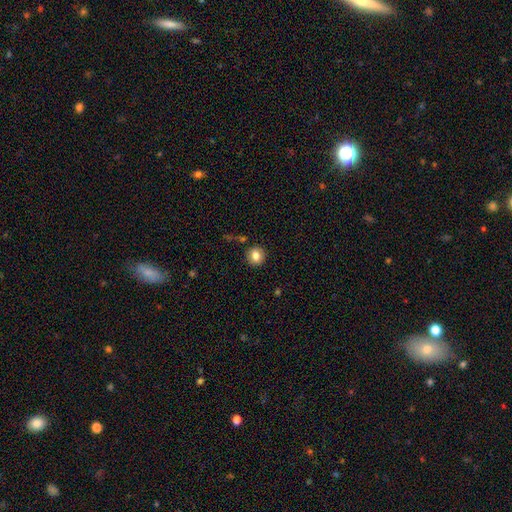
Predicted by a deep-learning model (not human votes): Smooth or featured?
  - smooth: 81% *
  - star or artifact: 10%
  - featured or disk: 9%
How rounded?
  - round: 85% *
  - in between: 14%
  - cigar-shaped: 1%
Merging?
  - none: 87% *
  - minor disturbance: 8%
  - merger: 2%
  - major disturbance: 2%